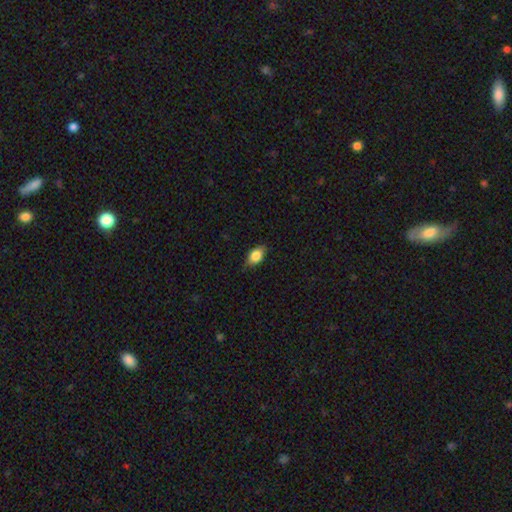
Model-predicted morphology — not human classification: Overall: smooth (83%). How rounded: in between (86%). Merging: none (78%).